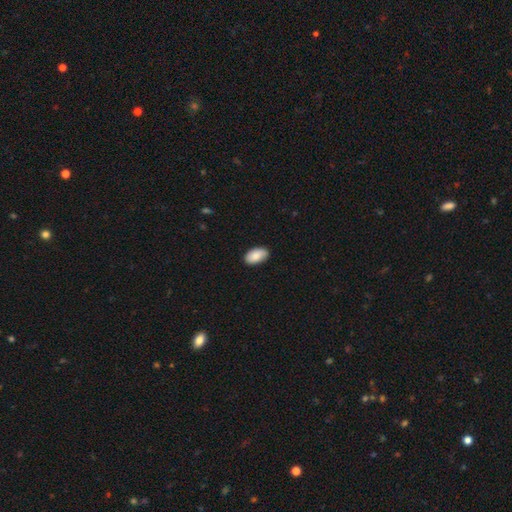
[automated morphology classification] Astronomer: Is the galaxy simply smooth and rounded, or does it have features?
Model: smooth — 85%.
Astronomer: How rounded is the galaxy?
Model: in between — 95%.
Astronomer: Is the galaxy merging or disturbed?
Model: none — 86%.